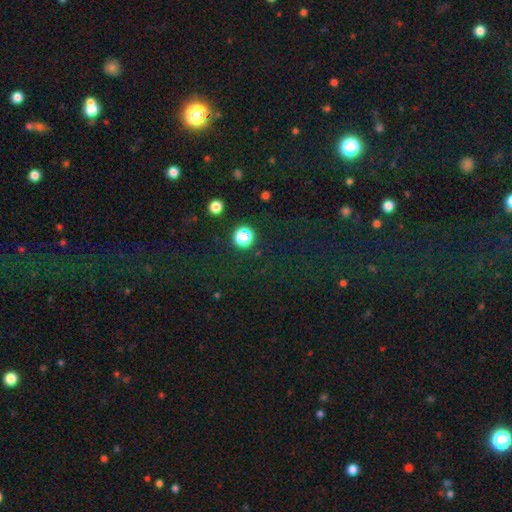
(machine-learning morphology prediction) star or artifact 66%, smooth 23%, featured or disk 10%.